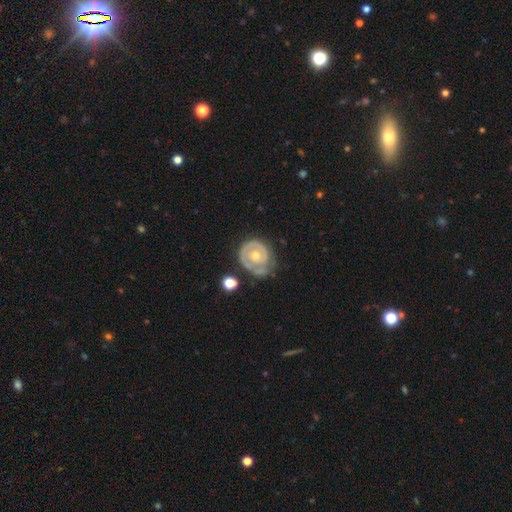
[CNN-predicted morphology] Smooth or featured? featured or disk (75%)
Edge-on disk? no (98%)
Bar? no (80%)
Spiral arms? yes (80%)
Spiral winding? tight (73%)
Spiral arm count? 1 (46%)
Bulge size? small (48%)
Merging? none (55%)